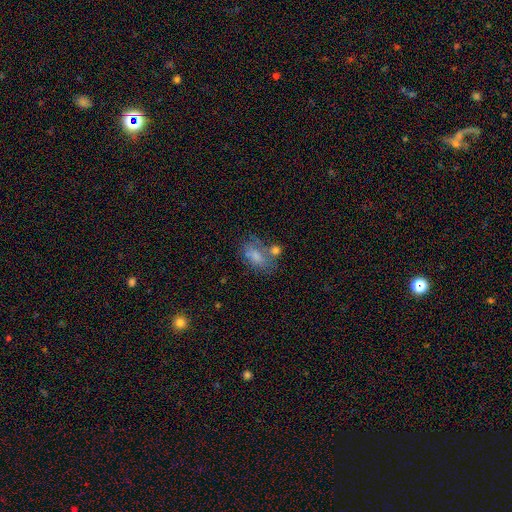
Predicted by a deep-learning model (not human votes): A smooth galaxy with no disk features (64%) that is in between round and cigar-shaped (85%).

Vote fractions:
- Smooth or featured? smooth: 64% / featured or disk: 25% / star or artifact: 11%
- How rounded? in between: 85% / round: 13% / cigar-shaped: 3%
- Merging? none: 38% / merger: 26% / minor disturbance: 21% / major disturbance: 16%